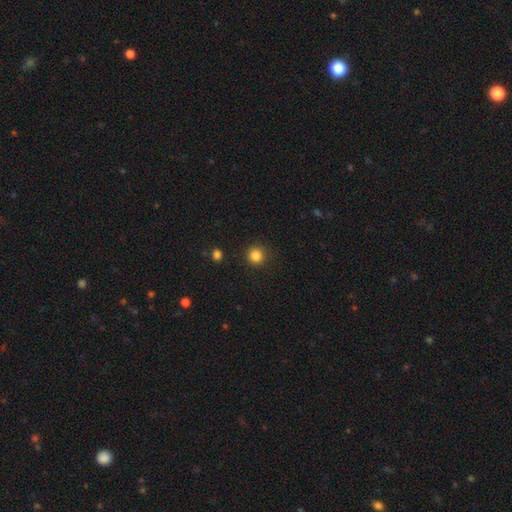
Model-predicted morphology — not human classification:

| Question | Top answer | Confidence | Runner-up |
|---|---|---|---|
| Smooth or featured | smooth | 84% | star or artifact (12%) |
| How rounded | round | 95% | in between (4%) |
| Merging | none | 91% | minor disturbance (6%) |